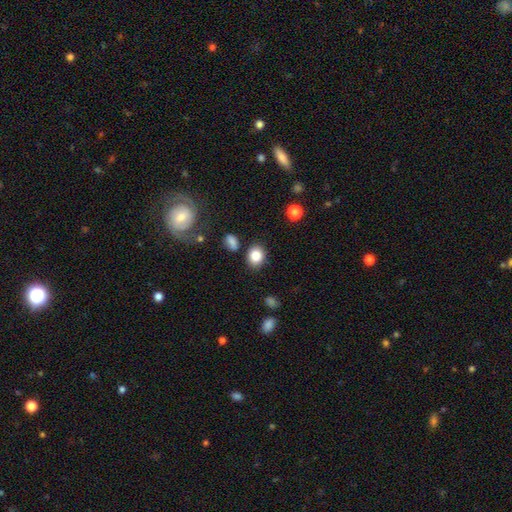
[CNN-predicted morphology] Smooth or featured? Predicted: smooth (p=0.84). How rounded? Predicted: round (p=0.52). Merging? Predicted: none (p=0.81).